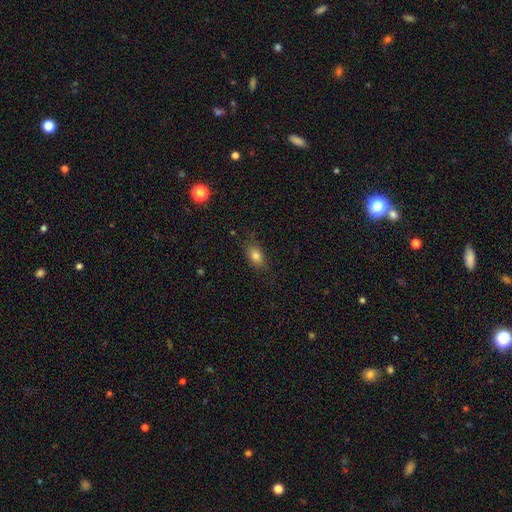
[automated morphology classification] smooth_or_featured: smooth (p=0.82) [alt: star or artifact p=0.09]
how_rounded: in between (p=0.86) [alt: round p=0.11]
merging: none (p=0.81) [alt: minor disturbance p=0.14]